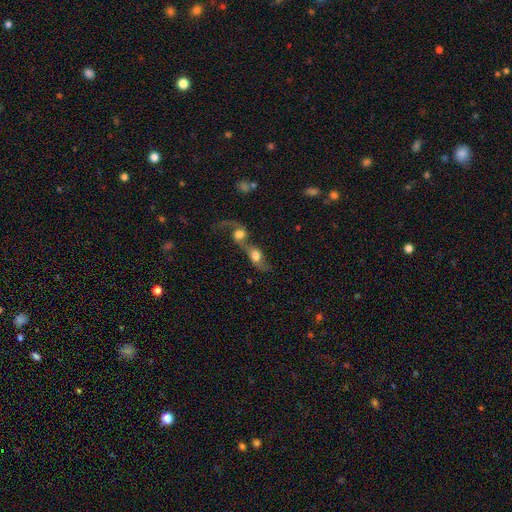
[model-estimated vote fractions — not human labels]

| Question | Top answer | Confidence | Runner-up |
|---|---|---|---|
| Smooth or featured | smooth | 55% | featured or disk (35%) |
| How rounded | in between | 64% | round (27%) |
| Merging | merger | 81% | none (9%) |